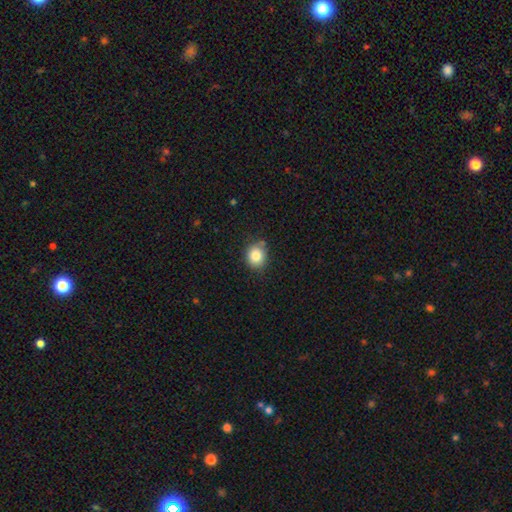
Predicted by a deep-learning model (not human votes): This is clearly a smooth galaxy (83%). How rounded: likely round (74%). Merging: likely none (73%).